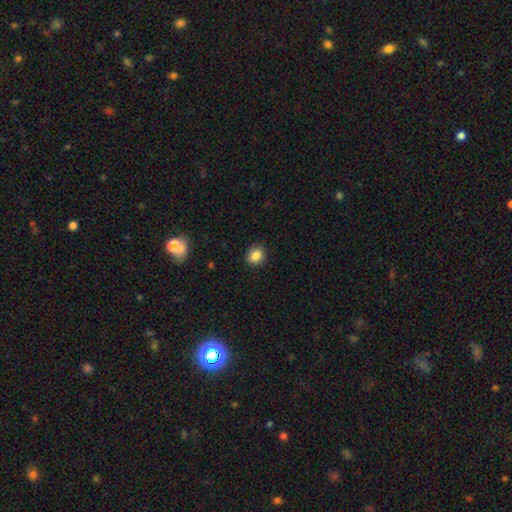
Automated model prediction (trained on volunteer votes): A smooth galaxy with no disk features (85%) that is round (66%). Merging: none (88%).